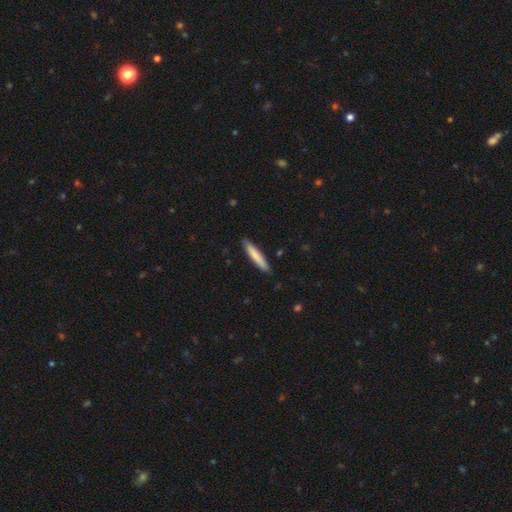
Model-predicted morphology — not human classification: This appears to be a smooth galaxy with no disk features (75%) that is cigar-shaped (90%). Merging: none (89%).